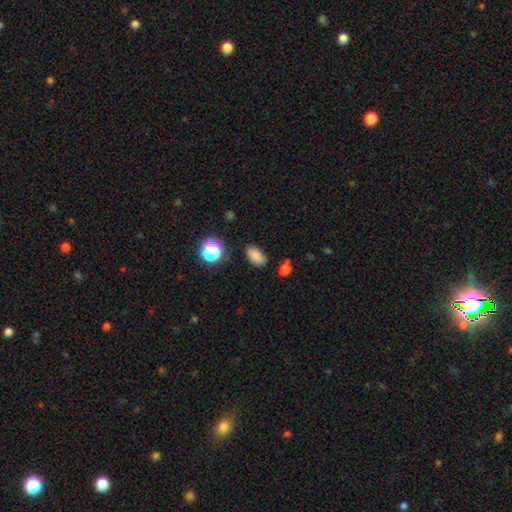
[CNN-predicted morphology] Smooth or featured?
  - smooth: 81% *
  - star or artifact: 13%
  - featured or disk: 6%
How rounded?
  - in between: 87% *
  - round: 10%
  - cigar-shaped: 2%
Merging?
  - none: 78% *
  - minor disturbance: 15%
  - major disturbance: 3%
  - merger: 3%